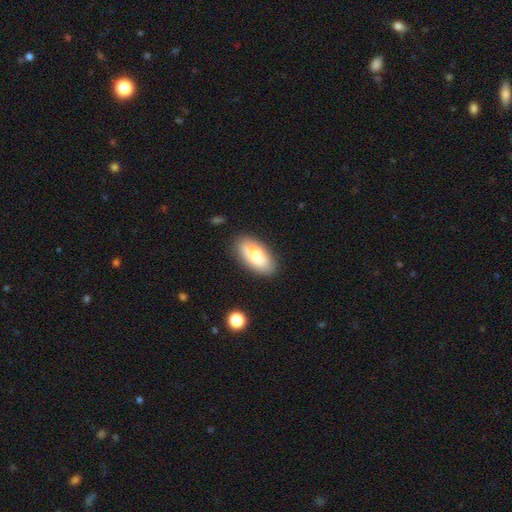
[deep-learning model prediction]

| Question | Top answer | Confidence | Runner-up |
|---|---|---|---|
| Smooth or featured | smooth | 76% | featured or disk (17%) |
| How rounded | in between | 90% | cigar-shaped (7%) |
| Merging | none | 85% | minor disturbance (10%) |